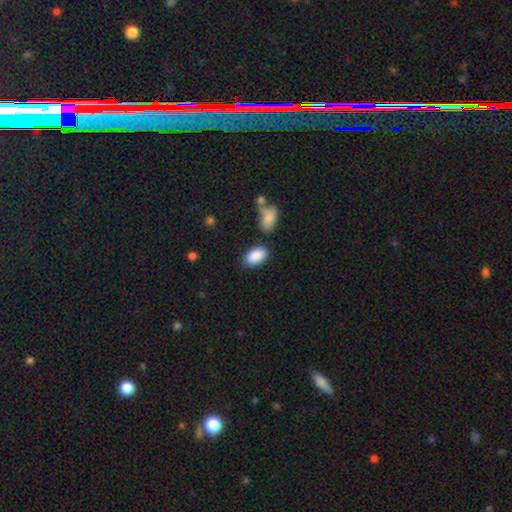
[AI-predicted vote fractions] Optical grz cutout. It shows a smooth galaxy with no disk features (88%) that is in between round and cigar-shaped (94%). Merging: none (78%).